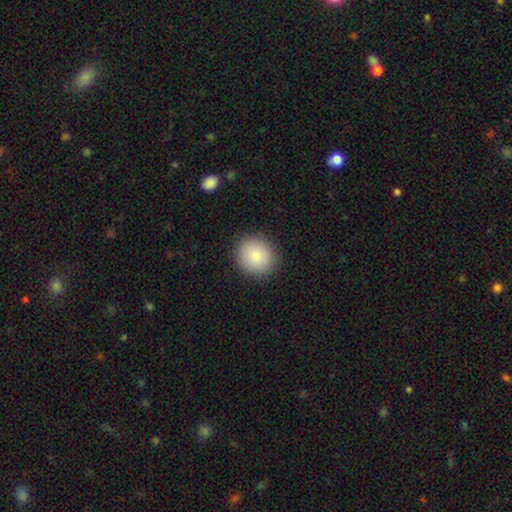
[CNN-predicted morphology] type=smooth (85%); roundness=round (85%); merging=none (90%).